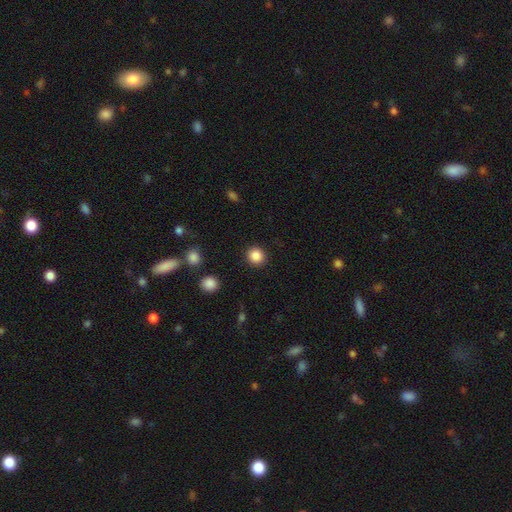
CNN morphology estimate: The model was most divided on "smooth or featured": smooth: 86%, star or artifact: 10%, featured or disk: 4%. More confident: how rounded — round (92%); merging — none (91%).